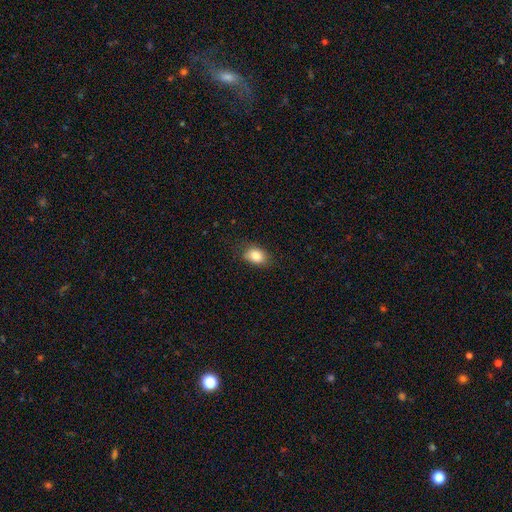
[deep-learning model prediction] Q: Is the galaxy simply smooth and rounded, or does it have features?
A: smooth — 86%.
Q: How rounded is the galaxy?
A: in between — 80%.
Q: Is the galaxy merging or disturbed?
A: none — 76%.